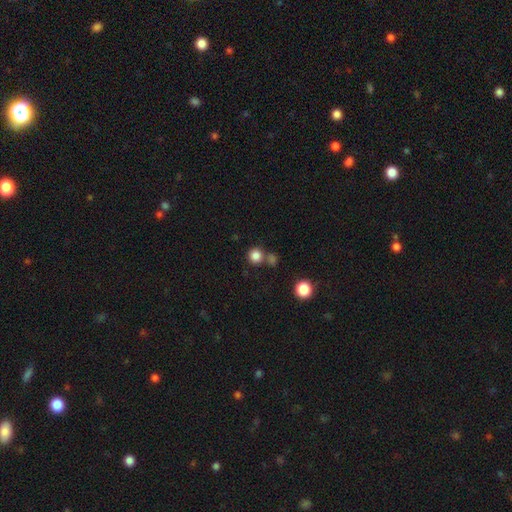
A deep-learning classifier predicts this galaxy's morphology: Smooth or featured?
  - smooth: 83% *
  - star or artifact: 12%
  - featured or disk: 5%
How rounded?
  - round: 93% *
  - in between: 6%
  - cigar-shaped: 1%
Merging?
  - none: 70% *
  - merger: 19%
  - minor disturbance: 8%
  - major disturbance: 3%